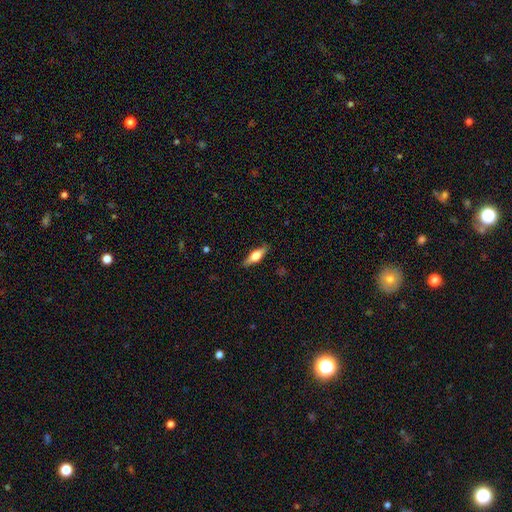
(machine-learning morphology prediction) smooth_or_featured: featured or disk (p=0.47) [tied with: smooth p=0.47]
merging: none (p=0.86) [alt: minor disturbance p=0.10]